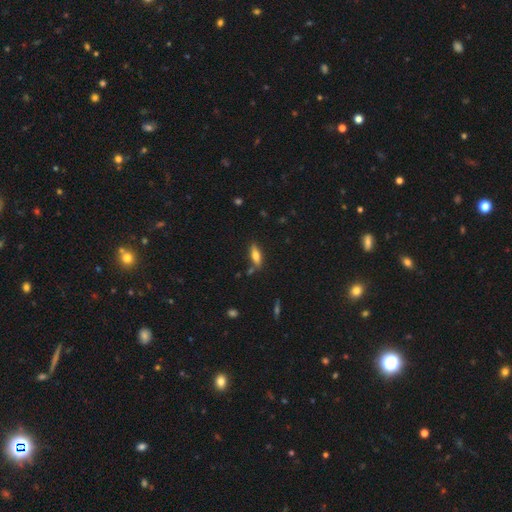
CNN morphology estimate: Smooth or featured: smooth — 65% (featured or disk — 27%)
How rounded: in between — 55% (cigar-shaped — 43%)
Merging: none — 74% (minor disturbance — 16%)